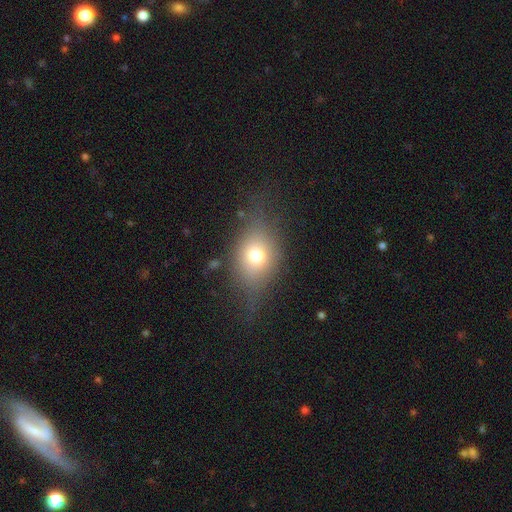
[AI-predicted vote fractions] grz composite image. It shows a smooth galaxy with no disk features (66%) that is in between round and cigar-shaped (57%). Merging: none (62%).